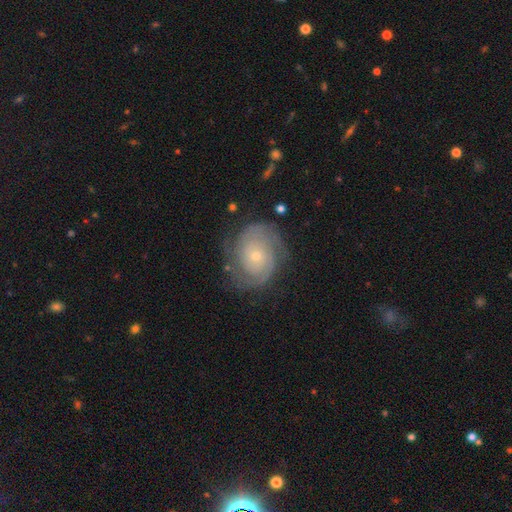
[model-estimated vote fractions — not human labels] Morphology: type=featured or disk (84%); edge-on=no (98%); bar=no (79%); spiral arms=yes (96%); winding=tight (67%); arm count=2 (57%); bulge=small (72%); merging=none (76%).